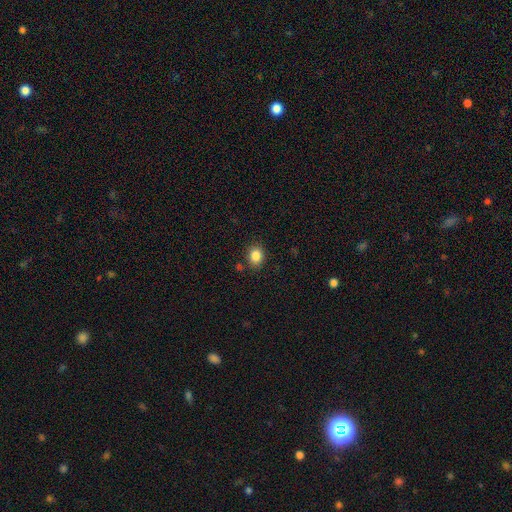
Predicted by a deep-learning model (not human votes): Smooth or featured? Predicted: smooth (p=0.85). How rounded? Predicted: round (p=0.53). Merging? Predicted: none (p=0.84).